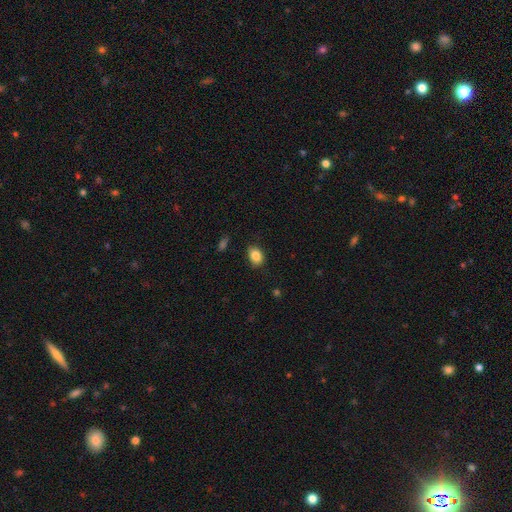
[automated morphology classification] Smooth or featured: smooth — 85% (star or artifact — 9%)
How rounded: in between — 78% (round — 21%)
Merging: none — 82% (minor disturbance — 13%)